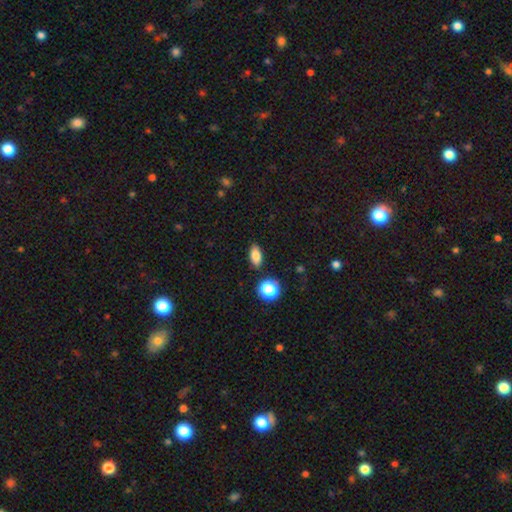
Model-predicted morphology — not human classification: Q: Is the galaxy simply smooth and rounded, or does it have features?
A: smooth — 82%.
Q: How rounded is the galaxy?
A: in between — 84%.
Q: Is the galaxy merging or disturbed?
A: none — 86%.